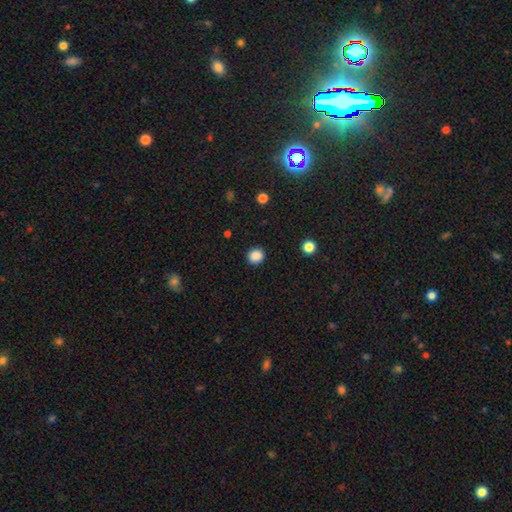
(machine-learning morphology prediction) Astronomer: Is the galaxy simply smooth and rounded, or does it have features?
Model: smooth — 87%.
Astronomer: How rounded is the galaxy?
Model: round — 87%.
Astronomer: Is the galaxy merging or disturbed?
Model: none — 91%.